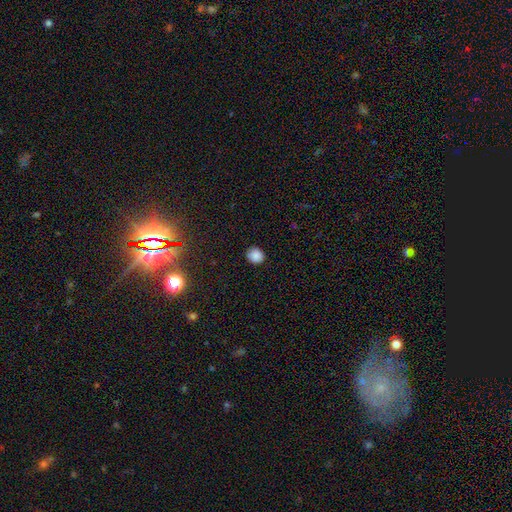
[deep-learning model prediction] smooth-or-featured: smooth: 85% | star or artifact: 11% | featured or disk: 3%
  how-rounded: round: 79% | in between: 20% | cigar-shaped: 1%
  merging: none: 89% | minor disturbance: 8% | major disturbance: 2% | merger: 1%